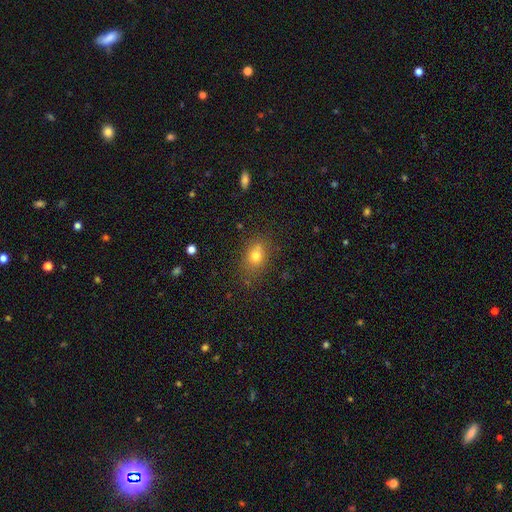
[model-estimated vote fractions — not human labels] Morphology: type=smooth (75%); roundness=in between (65%); merging=none (74%).